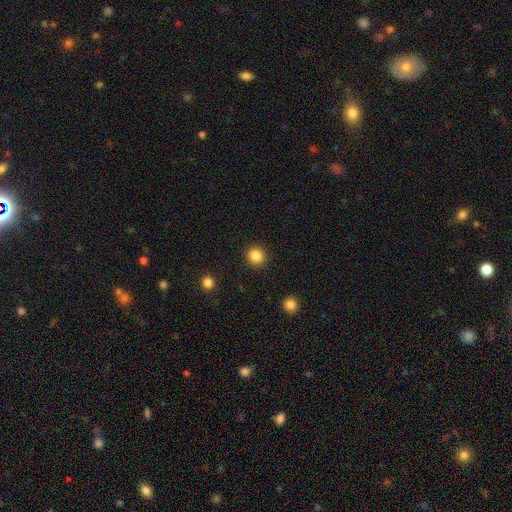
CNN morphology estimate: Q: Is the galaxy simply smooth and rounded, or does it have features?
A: smooth — 86%.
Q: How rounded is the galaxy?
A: round — 88%.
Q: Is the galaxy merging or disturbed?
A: none — 91%.